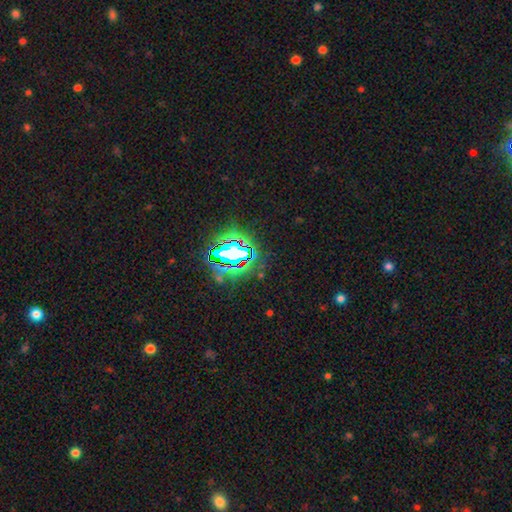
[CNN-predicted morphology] smooth_or_featured: star or artifact (p=0.82) [alt: smooth p=0.11]